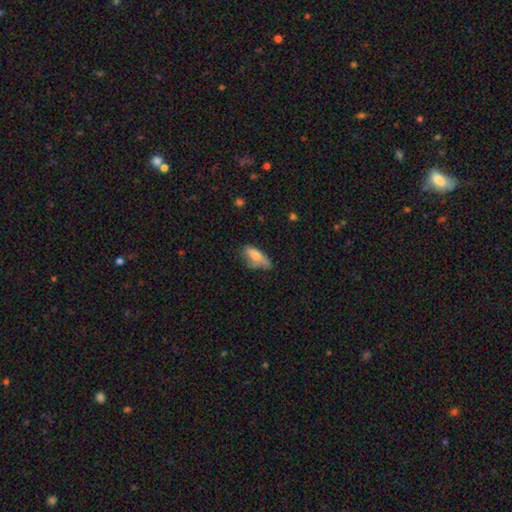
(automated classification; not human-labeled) This appears to be a smooth galaxy with no disk features (68%) that is in between round and cigar-shaped (76%). Merging: none (42%).